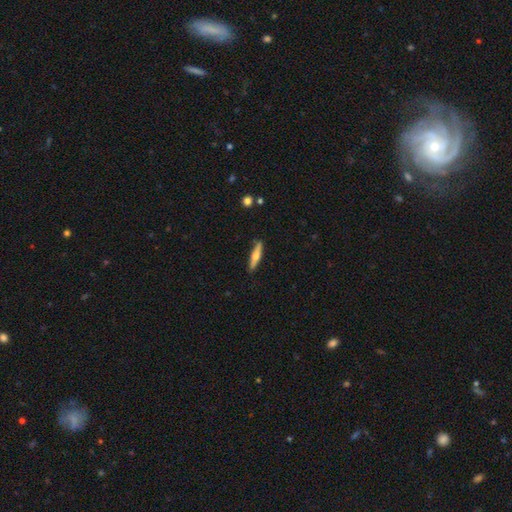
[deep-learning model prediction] smooth-or-featured: featured or disk: 49% | smooth: 46% | star or artifact: 5%
  merging: none: 87% | minor disturbance: 10% | major disturbance: 2% | merger: 1%